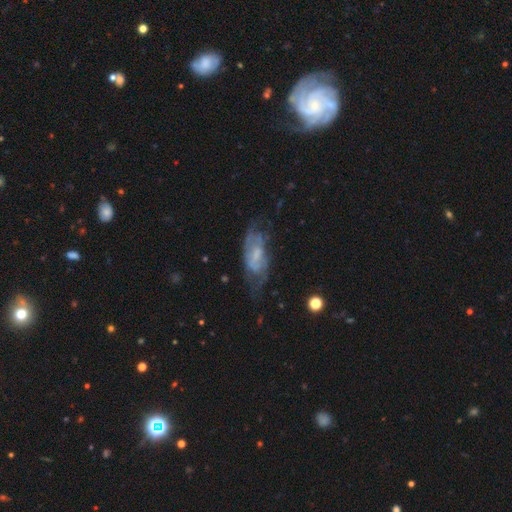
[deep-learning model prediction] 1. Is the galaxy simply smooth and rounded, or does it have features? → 67% featured or disk, 24% smooth, 8% star or artifact.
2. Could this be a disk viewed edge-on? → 89% no, 11% yes.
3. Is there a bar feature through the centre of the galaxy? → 45% weak, 42% no, 13% strong.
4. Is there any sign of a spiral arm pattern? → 72% yes, 28% no.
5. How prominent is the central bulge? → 41% small, 28% moderate, 26% none, 4% large, 1% dominant.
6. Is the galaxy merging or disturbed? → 53% none, 25% minor disturbance, 19% major disturbance, 3% merger.